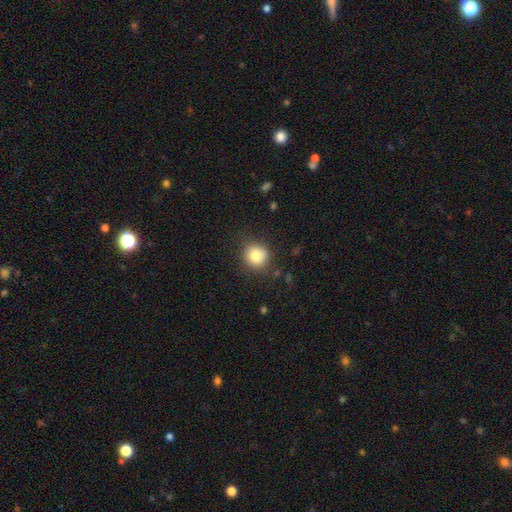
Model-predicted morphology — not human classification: Q: Smooth or featured?
A: smooth (82%); runner-up: star or artifact (10%)
Q: How rounded?
A: round (89%); runner-up: in between (10%)
Q: Merging?
A: none (82%); runner-up: minor disturbance (12%)